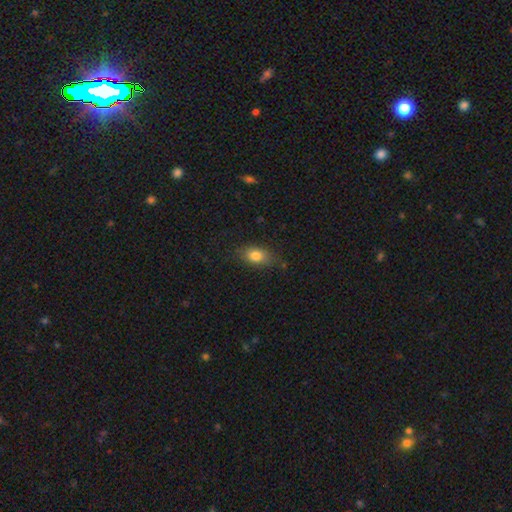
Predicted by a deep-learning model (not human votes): A smooth galaxy with no disk features (81%) that is in between round and cigar-shaped (81%).

Vote fractions:
- Smooth or featured? smooth: 81% / featured or disk: 10% / star or artifact: 9%
- How rounded? in between: 81% / round: 14% / cigar-shaped: 5%
- Merging? none: 78% / minor disturbance: 17% / major disturbance: 4% / merger: 2%